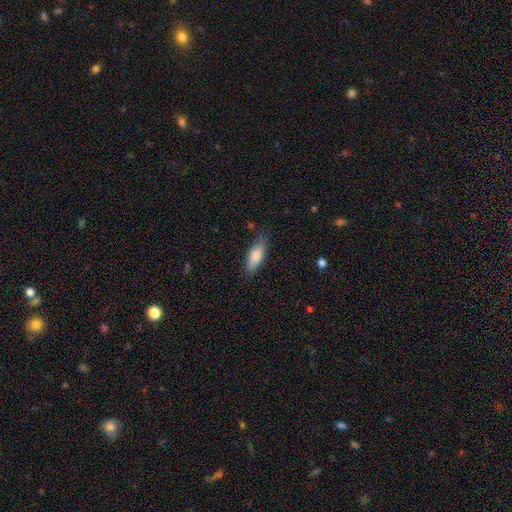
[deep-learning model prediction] smooth-or-featured: smooth: 77% | featured or disk: 17% | star or artifact: 6%
  how-rounded: in between: 65% | cigar-shaped: 32% | round: 2%
  merging: none: 75% | minor disturbance: 19% | major disturbance: 4% | merger: 2%